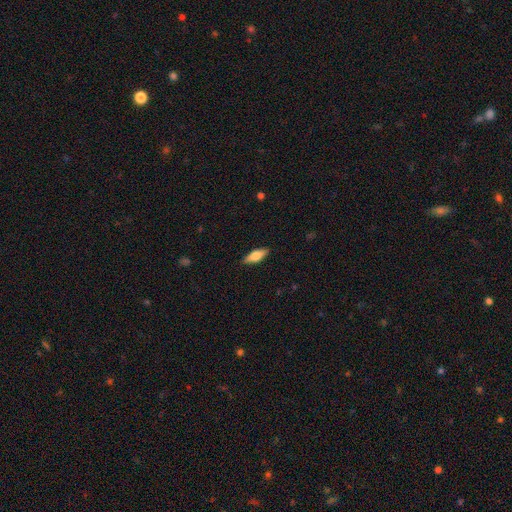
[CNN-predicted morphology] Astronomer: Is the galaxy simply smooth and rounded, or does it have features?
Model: smooth — 64%.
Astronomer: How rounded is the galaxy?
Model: in between — 65%.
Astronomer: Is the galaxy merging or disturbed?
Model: none — 88%.